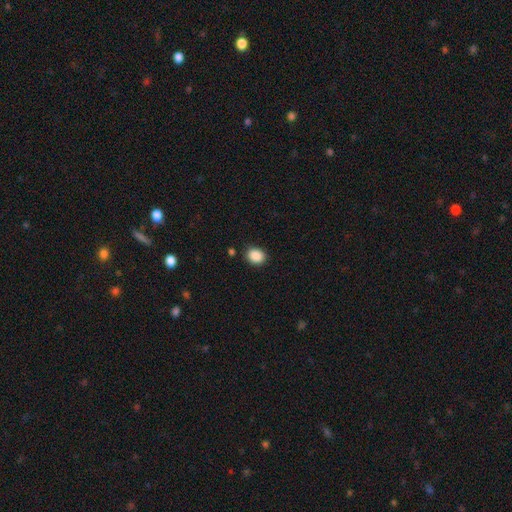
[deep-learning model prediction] smooth_or_featured: smooth (p=0.89) [alt: star or artifact p=0.08]
how_rounded: round (p=0.54) [alt: in between p=0.45]
merging: none (p=0.87) [alt: minor disturbance p=0.09]